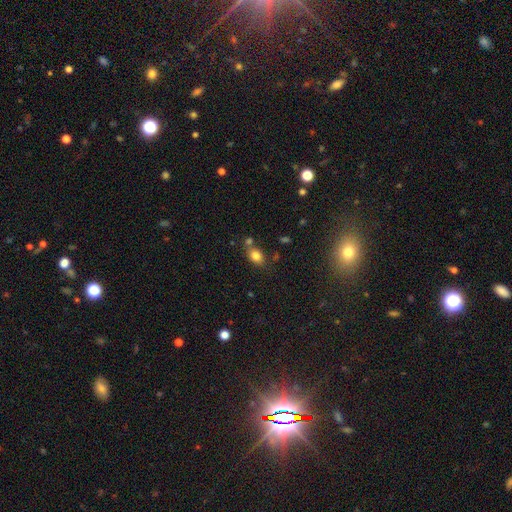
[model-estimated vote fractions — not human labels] smooth 81%, star or artifact 11%, featured or disk 8%. Down the decision tree: how rounded — in between (74%); merging — none (63%).